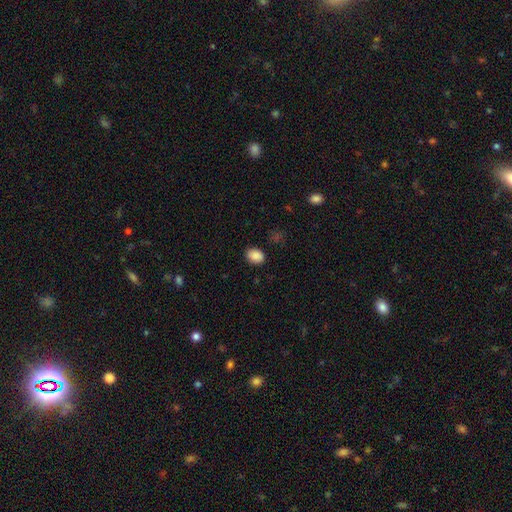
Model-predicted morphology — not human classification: Smooth or featured? smooth (88%)
How rounded? in between (66%)
Merging? none (86%)